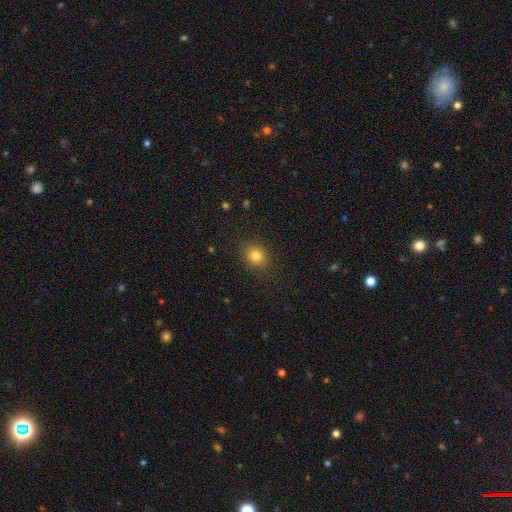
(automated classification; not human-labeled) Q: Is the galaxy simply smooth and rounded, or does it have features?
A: smooth — 81%.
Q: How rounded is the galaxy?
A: round — 58%.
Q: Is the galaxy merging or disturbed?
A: none — 87%.